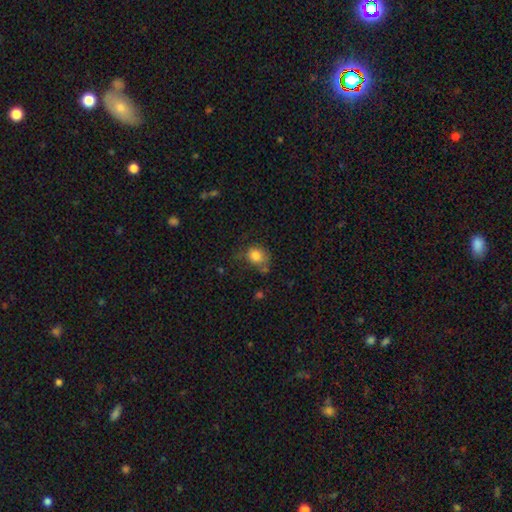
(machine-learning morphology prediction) smooth_or_featured: smooth (p=0.81) [alt: star or artifact p=0.10]
how_rounded: round (p=0.70) [alt: in between p=0.29]
merging: none (p=0.50) [alt: minor disturbance p=0.29]